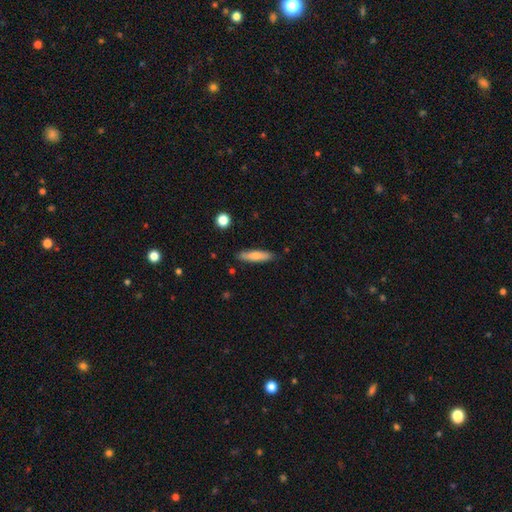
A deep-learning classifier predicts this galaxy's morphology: A smooth galaxy with no disk features (76%) that is cigar-shaped (77%). Merging: none (84%).